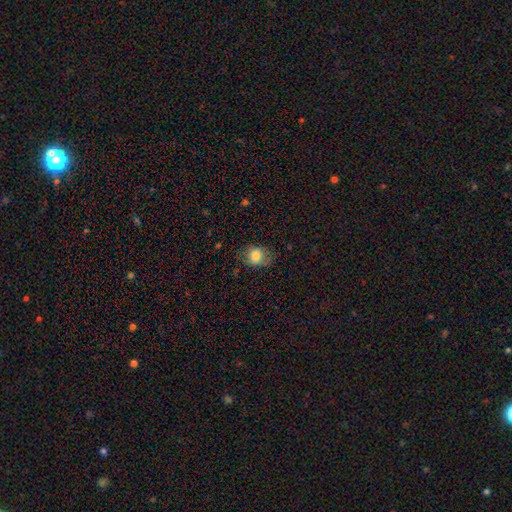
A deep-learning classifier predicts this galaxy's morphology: This appears to be a smooth galaxy with no disk features (78%) that is in between round and cigar-shaped (50%). Merging: none (69%).